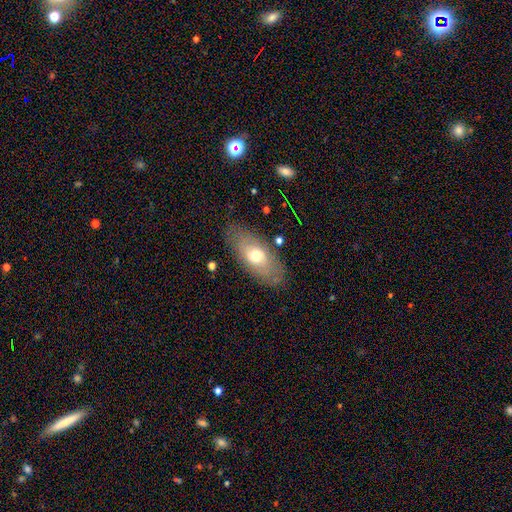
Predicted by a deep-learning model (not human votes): Q: Smooth or featured?
A: smooth (57%); runner-up: featured or disk (35%)
Q: How rounded?
A: in between (87%); runner-up: cigar-shaped (9%)
Q: Merging?
A: none (79%); runner-up: minor disturbance (14%)